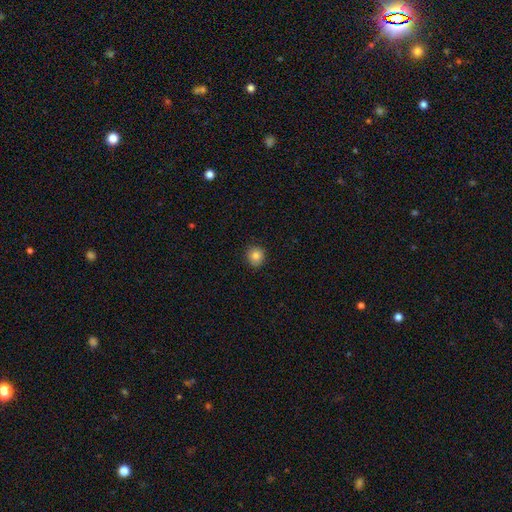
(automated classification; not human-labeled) smooth-or-featured: smooth: 83% | star or artifact: 10% | featured or disk: 7%
  how-rounded: round: 88% | in between: 11% | cigar-shaped: 1%
  merging: none: 88% | minor disturbance: 9% | major disturbance: 2% | merger: 1%